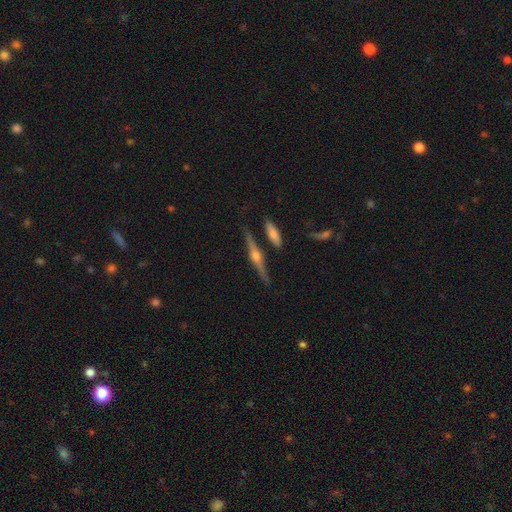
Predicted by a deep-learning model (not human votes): Smooth or featured? featured or disk (82%)
Edge-on disk? yes (98%)
Edge-on bulge? rounded (91%)
Merging? none (85%)